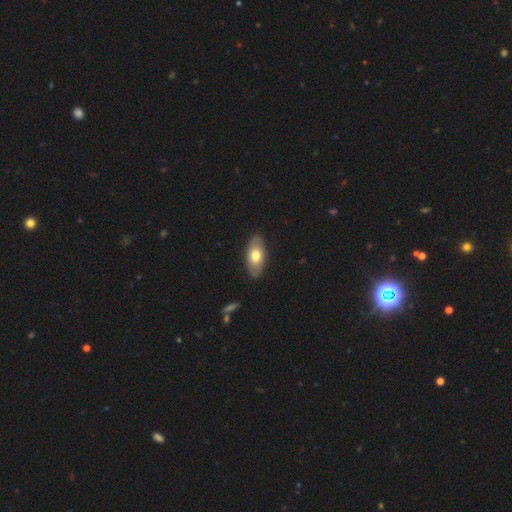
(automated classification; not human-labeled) Smooth or featured?
  - smooth: 67% *
  - featured or disk: 28%
  - star or artifact: 6%
How rounded?
  - in between: 91% *
  - cigar-shaped: 6%
  - round: 4%
Merging?
  - none: 87% *
  - minor disturbance: 10%
  - major disturbance: 2%
  - merger: 1%